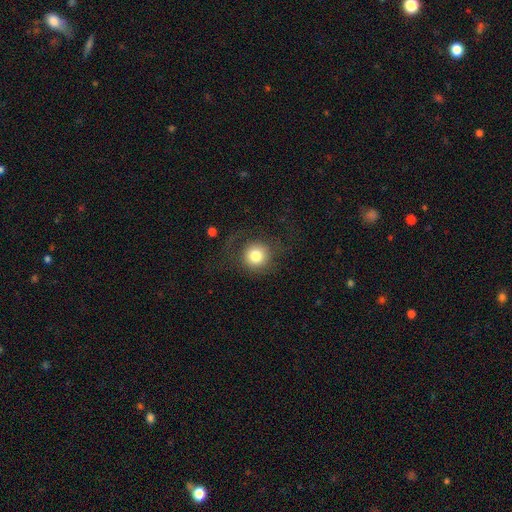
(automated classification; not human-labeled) A smooth galaxy with no disk features (77%) that is round (93%). Merging: none (70%).